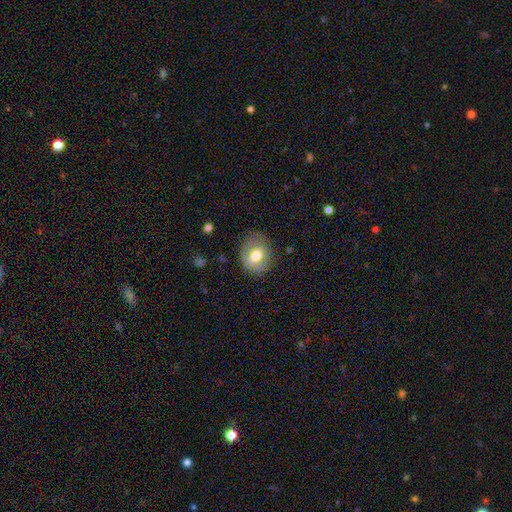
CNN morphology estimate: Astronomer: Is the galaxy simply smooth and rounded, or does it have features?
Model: smooth — 61%.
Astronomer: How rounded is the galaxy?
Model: round — 50% (runner-up: in between, 49%).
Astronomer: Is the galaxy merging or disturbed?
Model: none — 72%.